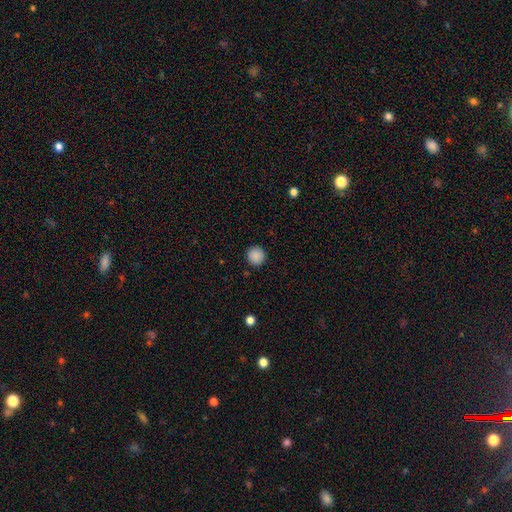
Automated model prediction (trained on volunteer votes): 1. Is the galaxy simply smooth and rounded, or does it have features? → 89% smooth, 9% star or artifact, 3% featured or disk.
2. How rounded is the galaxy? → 95% round, 4% in between, 1% cigar-shaped.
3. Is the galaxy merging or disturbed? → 92% none, 5% minor disturbance, 2% major disturbance, 1% merger.